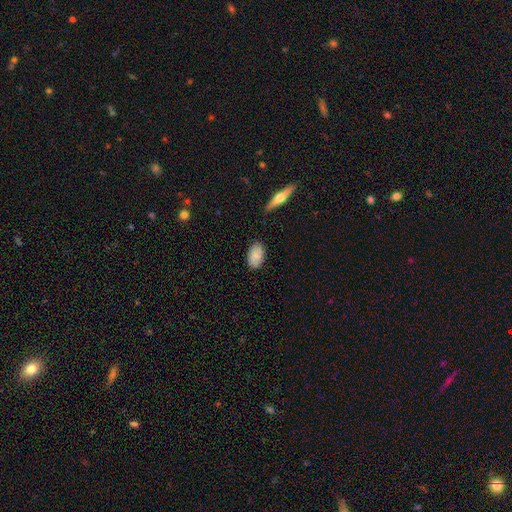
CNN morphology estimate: Smooth or featured? smooth (85%)
How rounded? in between (93%)
Merging? none (83%)